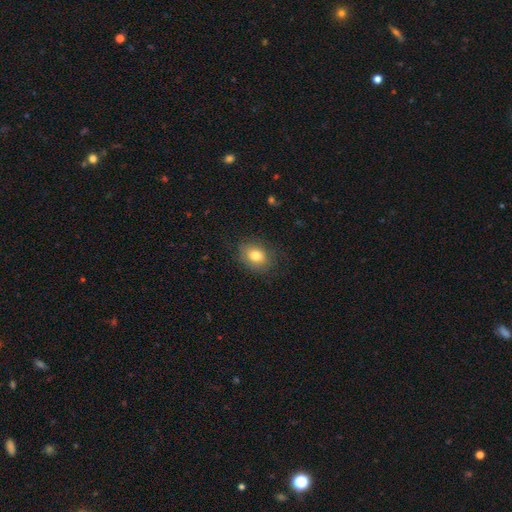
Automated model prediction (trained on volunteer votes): Morphology: type=smooth (78%); roundness=in between (59%); merging=none (79%).